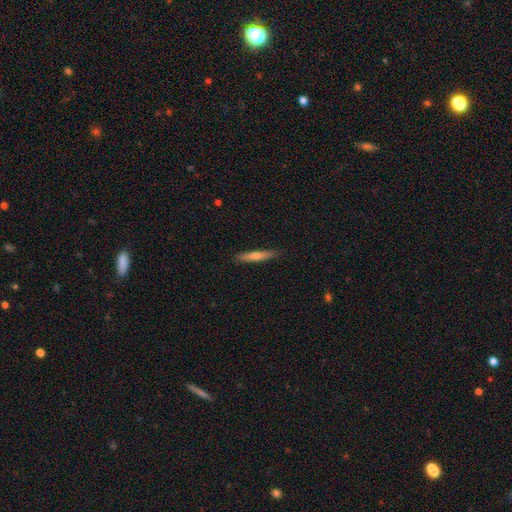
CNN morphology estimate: The model was most divided on "smooth or featured": smooth: 48%, featured or disk: 45%, star or artifact: 6%. More confident: merging — none (90%).